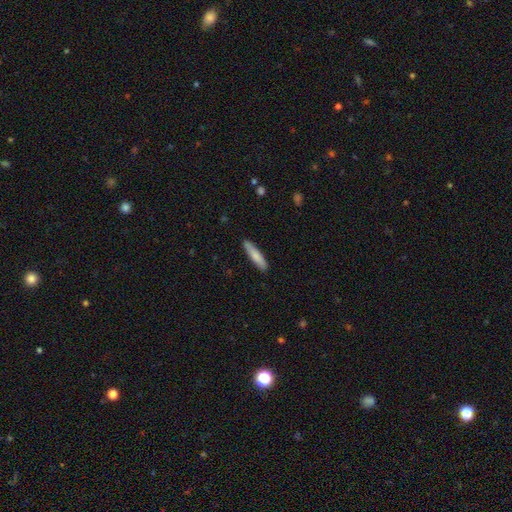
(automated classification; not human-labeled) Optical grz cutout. It shows a smooth galaxy with no disk features (79%) that is cigar-shaped (83%). Merging: none (86%).